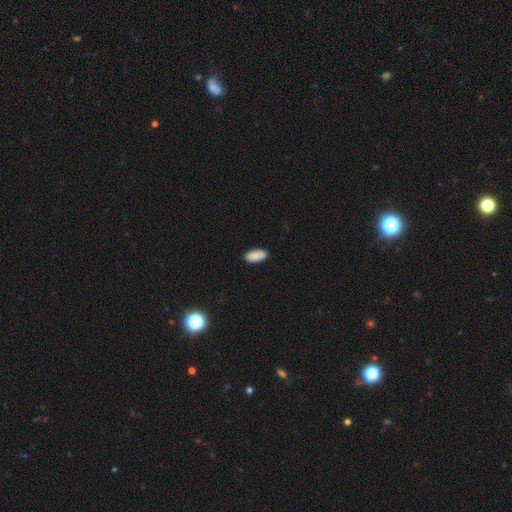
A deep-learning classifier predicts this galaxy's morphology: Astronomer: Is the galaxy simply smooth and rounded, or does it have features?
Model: smooth — 90%.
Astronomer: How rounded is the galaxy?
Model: in between — 89%.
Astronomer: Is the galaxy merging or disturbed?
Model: none — 90%.